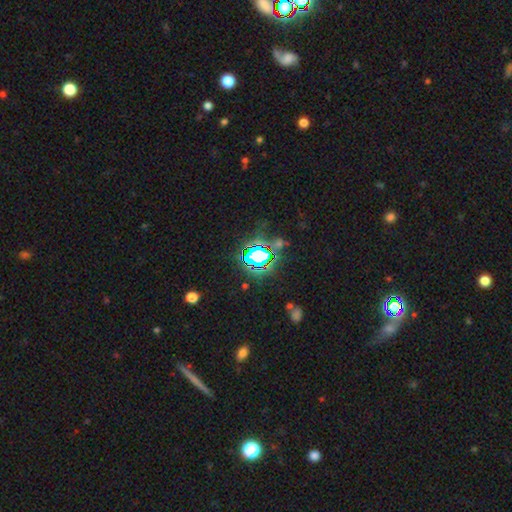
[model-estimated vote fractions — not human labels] smooth-or-featured: star or artifact: 76% | smooth: 16% | featured or disk: 8%